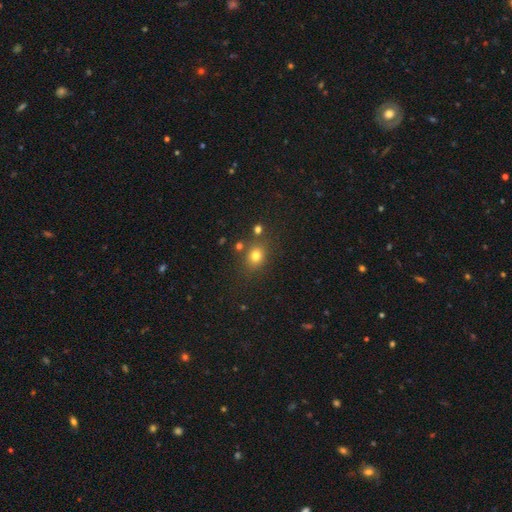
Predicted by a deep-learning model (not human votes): This is likely a smooth galaxy (76%). How rounded: likely round (66%). Merging: likely none (76%).